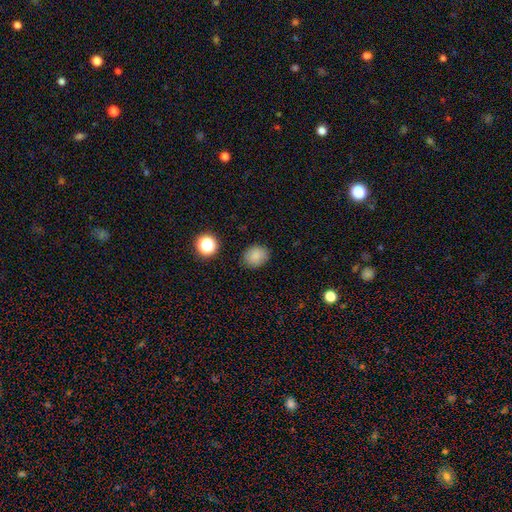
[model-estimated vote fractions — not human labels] The model was most divided on "how rounded": round: 58%, in between: 41%, cigar-shaped: 1%. More confident: merging — none (85%); smooth or featured — smooth (84%).